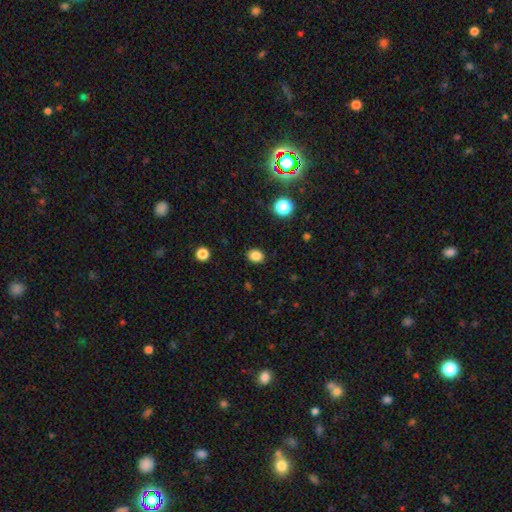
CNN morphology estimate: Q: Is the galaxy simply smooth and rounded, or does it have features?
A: smooth — 84%.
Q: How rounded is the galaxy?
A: round — 56%.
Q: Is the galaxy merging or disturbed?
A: none — 89%.